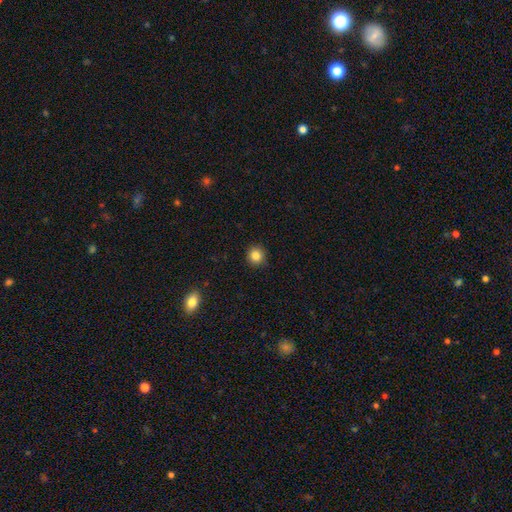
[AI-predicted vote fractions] smooth_or_featured: smooth (p=0.84) [alt: star or artifact p=0.11]
how_rounded: round (p=0.92) [alt: in between p=0.07]
merging: none (p=0.90) [alt: minor disturbance p=0.07]